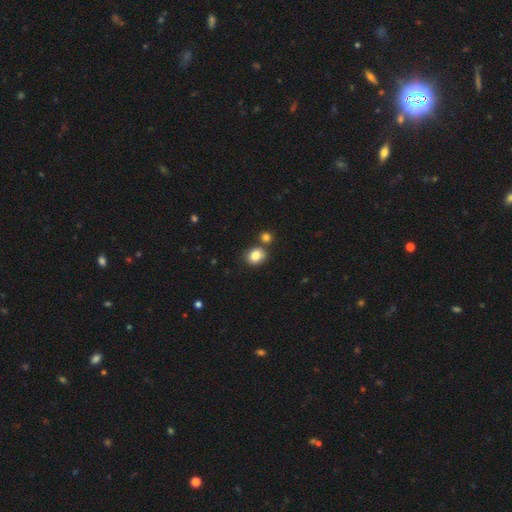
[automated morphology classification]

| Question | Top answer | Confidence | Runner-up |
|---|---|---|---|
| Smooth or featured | smooth | 83% | star or artifact (10%) |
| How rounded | round | 61% | in between (38%) |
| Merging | none | 71% | merger (17%) |